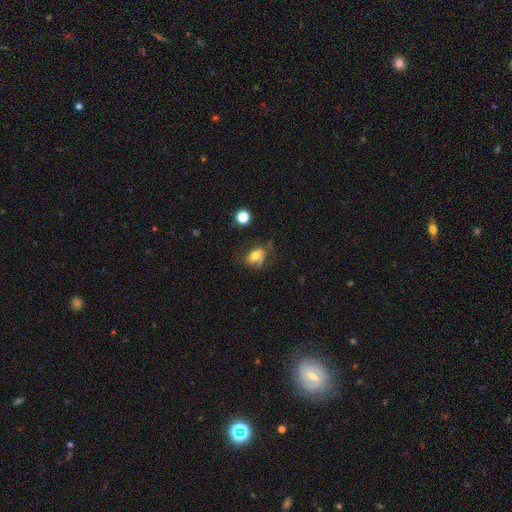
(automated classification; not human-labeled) This appears to be a smooth galaxy with no disk features (58%) that is in between round and cigar-shaped (75%). Merging: none (49%).